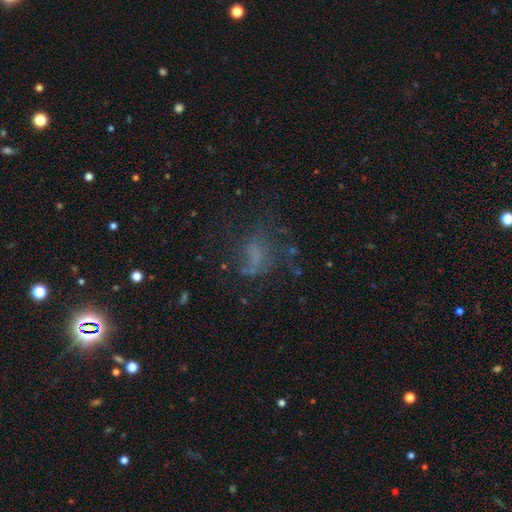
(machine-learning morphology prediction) A featured or disk galaxy (40%).

Vote fractions:
- Smooth or featured? featured or disk: 40% / smooth: 34% / star or artifact: 26%
- Merging? none: 42% / major disturbance: 35% / minor disturbance: 19% / merger: 4%